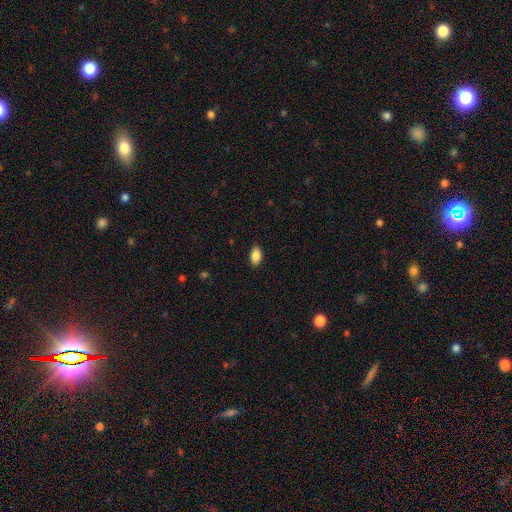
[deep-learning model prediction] Morphology: type=smooth (86%); roundness=in between (92%); merging=none (88%).